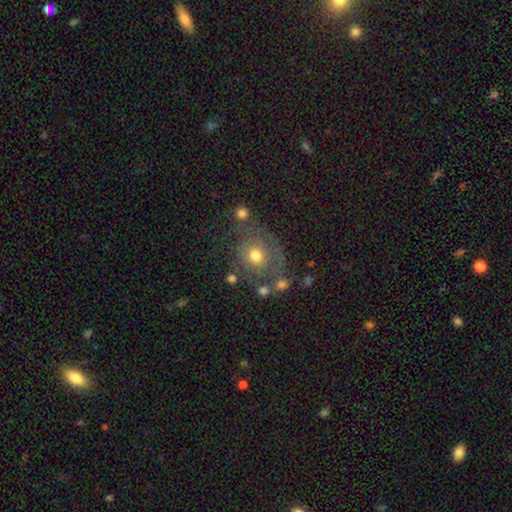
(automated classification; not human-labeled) smooth 52%, featured or disk 36%, star or artifact 12%. Down the decision tree: how rounded — round (73%); merging — none (56%).